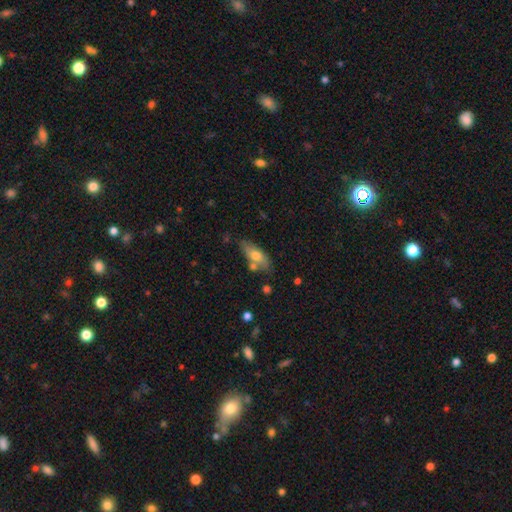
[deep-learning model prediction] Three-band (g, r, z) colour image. It shows a smooth galaxy with no disk features (65%) that is in between round and cigar-shaped (74%). Merging: none (67%).